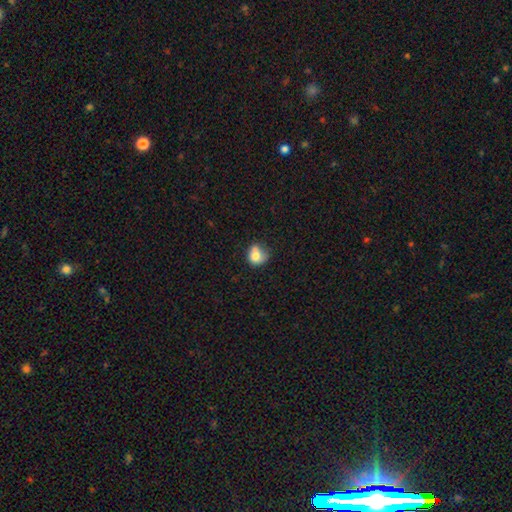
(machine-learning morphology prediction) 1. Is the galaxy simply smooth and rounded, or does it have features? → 75% smooth, 16% featured or disk, 9% star or artifact.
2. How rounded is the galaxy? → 69% round, 30% in between, 1% cigar-shaped.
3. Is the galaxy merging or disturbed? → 41% none, 27% minor disturbance, 20% merger, 12% major disturbance.